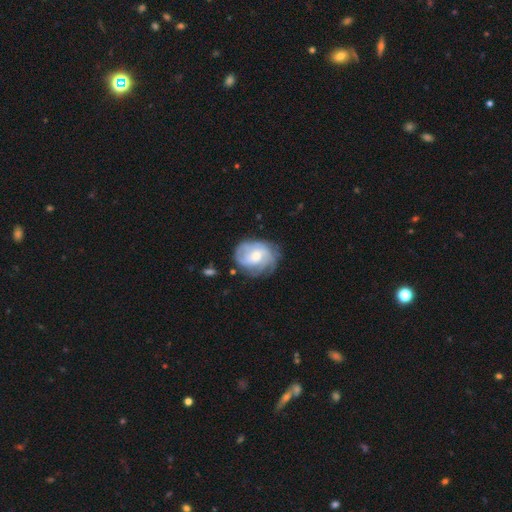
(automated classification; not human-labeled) smooth-or-featured: featured or disk: 73% | smooth: 21% | star or artifact: 6%
  disk-edge-on: no: 97% | yes: 3%
    bar: no: 56% | weak: 38% | strong: 6%
    has-spiral-arms: yes: 90% | no: 10%
      spiral-winding: tight: 49% | medium: 36% | loose: 14%
      spiral-arm-count: can't tell: 35% | 3: 24% | 2: 18% | 4: 13% | 1: 5% | more than 4: 5%
    bulge-size: moderate: 57% | small: 26% | large: 12% | none: 3% | dominant: 1%
  merging: none: 67% | minor disturbance: 21% | major disturbance: 10% | merger: 2%